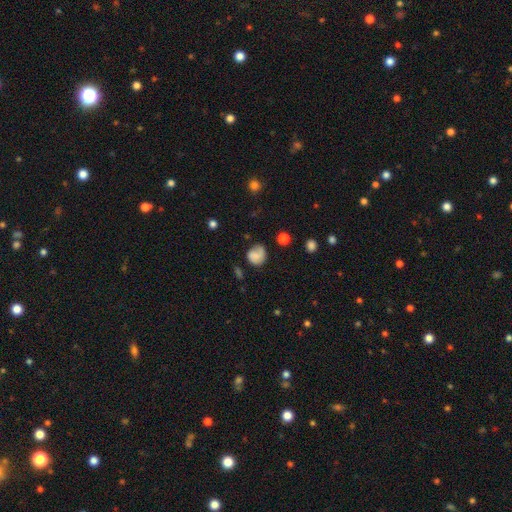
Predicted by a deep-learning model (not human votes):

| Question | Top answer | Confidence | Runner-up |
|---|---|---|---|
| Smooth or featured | smooth | 71% | featured or disk (20%) |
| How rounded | round | 77% | in between (22%) |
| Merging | none | 58% | minor disturbance (28%) |